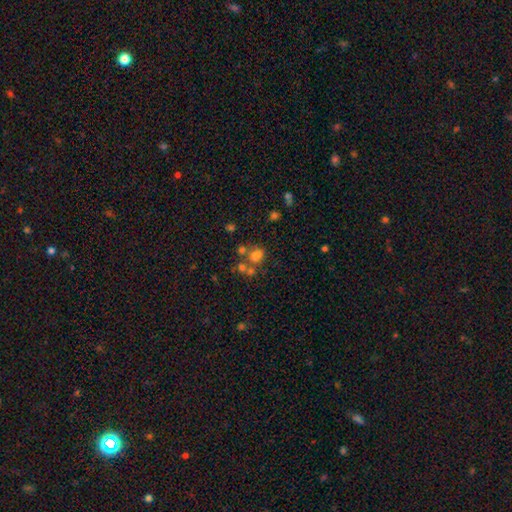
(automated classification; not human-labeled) A smooth galaxy with no disk features (66%) that is round (51%).

Vote fractions:
- Smooth or featured? smooth: 66% / star or artifact: 20% / featured or disk: 14%
- How rounded? round: 51% / in between: 47% / cigar-shaped: 1%
- Merging? none: 45% / merger: 35% / minor disturbance: 12% / major disturbance: 8%